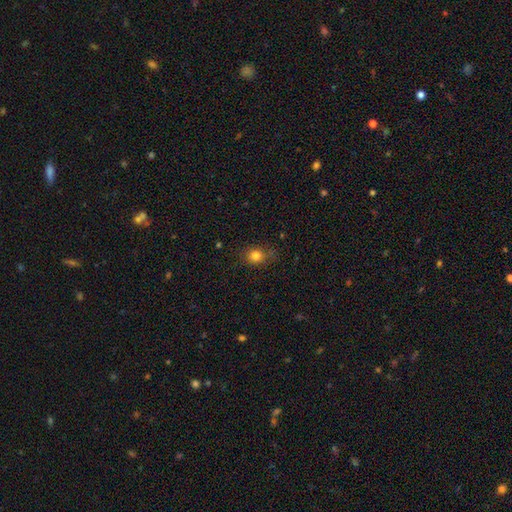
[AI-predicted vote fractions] A smooth galaxy with no disk features (81%) that is round (60%). Merging: none (78%).